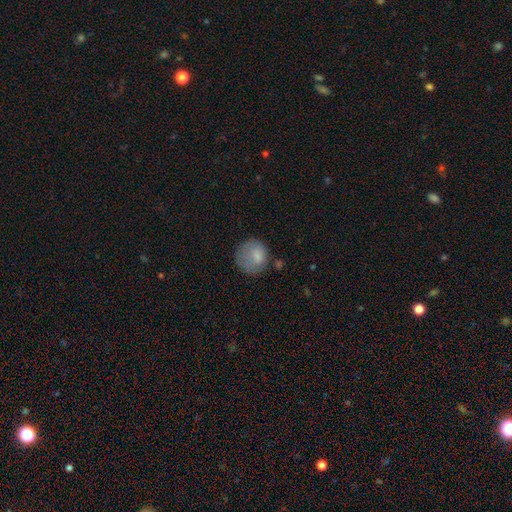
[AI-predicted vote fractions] Smooth or featured?
  - smooth: 79% *
  - featured or disk: 13%
  - star or artifact: 8%
How rounded?
  - round: 84% *
  - in between: 15%
  - cigar-shaped: 1%
Merging?
  - none: 59% *
  - minor disturbance: 23%
  - major disturbance: 14%
  - merger: 4%